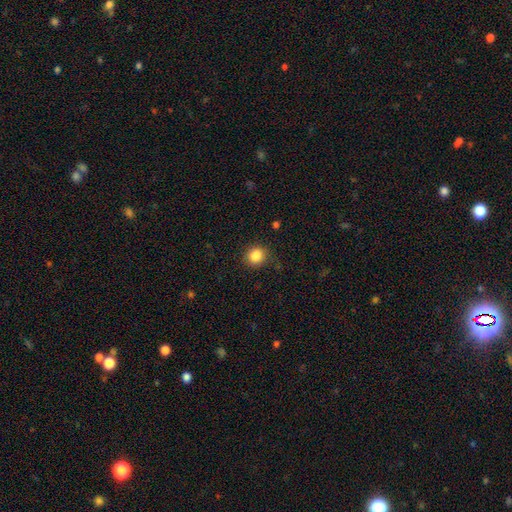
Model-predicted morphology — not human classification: smooth-or-featured: smooth: 86% | star or artifact: 10% | featured or disk: 4%
  how-rounded: round: 78% | in between: 21% | cigar-shaped: 1%
  merging: none: 83% | minor disturbance: 12% | major disturbance: 4% | merger: 1%